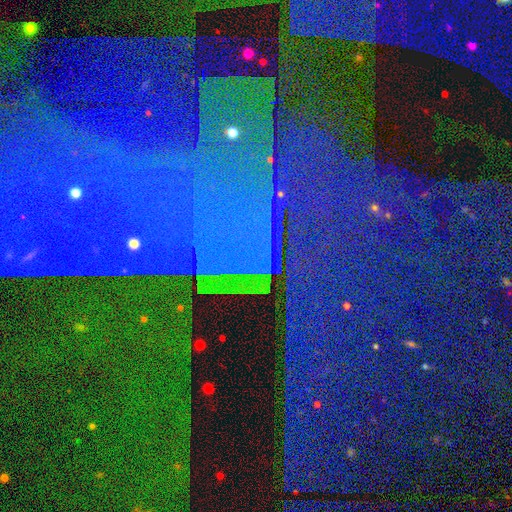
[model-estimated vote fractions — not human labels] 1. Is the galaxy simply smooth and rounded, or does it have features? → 88% star or artifact, 6% featured or disk, 6% smooth.